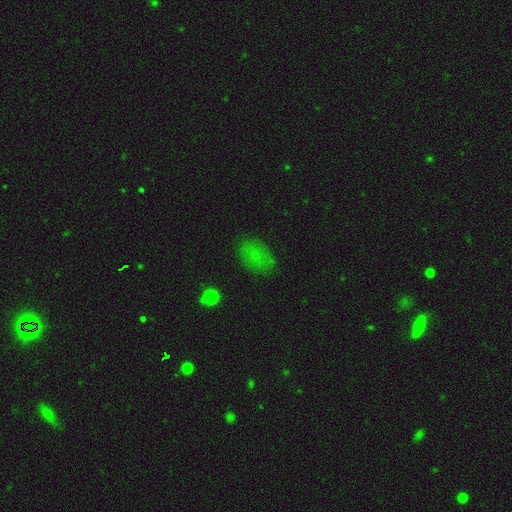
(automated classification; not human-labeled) Smooth or featured? smooth (64%)
How rounded? in between (79%)
Merging? none (73%)